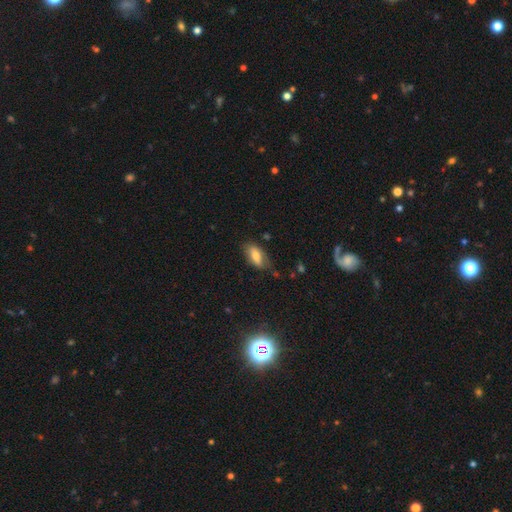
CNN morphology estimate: The model was most divided on "merging": none: 63%, minor disturbance: 27%, major disturbance: 8%, merger: 2%. More confident: how rounded — in between (85%); smooth or featured — smooth (66%).